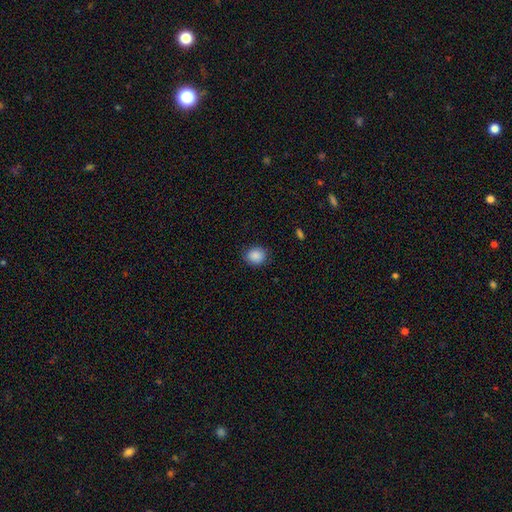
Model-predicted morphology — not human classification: The model was most divided on "how rounded": round: 72%, in between: 27%, cigar-shaped: 1%. More confident: smooth or featured — smooth (88%); merging — none (86%).